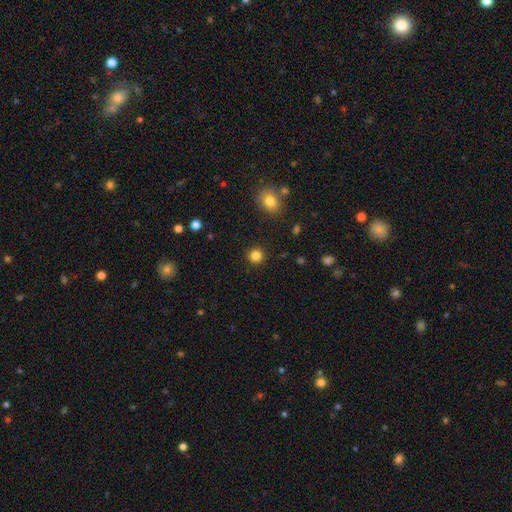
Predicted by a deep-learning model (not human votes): Morphology: type=smooth (84%); roundness=round (94%); merging=none (91%).